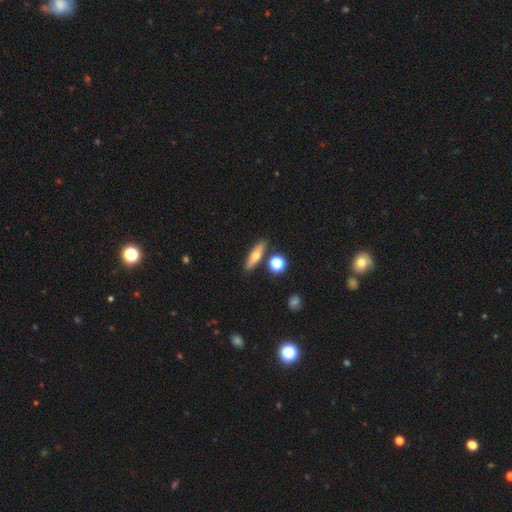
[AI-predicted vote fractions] Smooth or featured?
  - smooth: 52% *
  - featured or disk: 39%
  - star or artifact: 9%
How rounded?
  - cigar-shaped: 62% *
  - in between: 32%
  - round: 6%
Merging?
  - none: 82% *
  - minor disturbance: 9%
  - merger: 6%
  - major disturbance: 2%